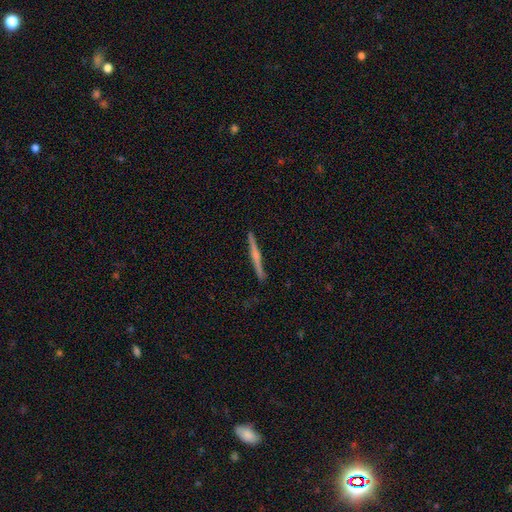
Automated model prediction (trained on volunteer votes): smooth_or_featured: featured or disk (p=0.65) [alt: smooth p=0.29]
disk_edge_on: yes (p=0.98) [alt: no p=0.02]
edge_on_bulge: rounded (p=0.54) [alt: none p=0.34]
merging: none (p=0.90) [alt: minor disturbance p=0.08]